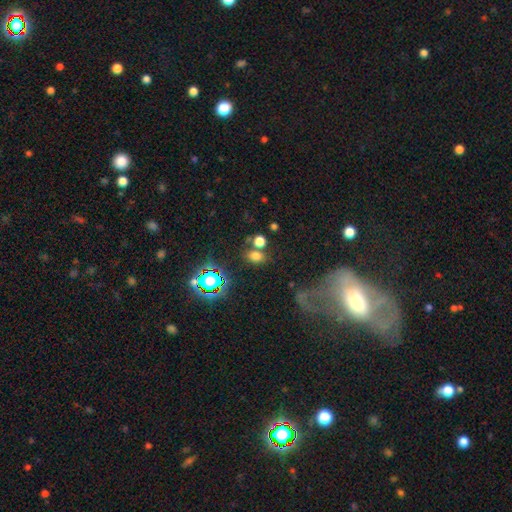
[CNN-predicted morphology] smooth_or_featured: smooth (p=0.71) [alt: star or artifact p=0.22]
how_rounded: in between (p=0.65) [alt: round p=0.33]
merging: none (p=0.67) [alt: merger p=0.17]